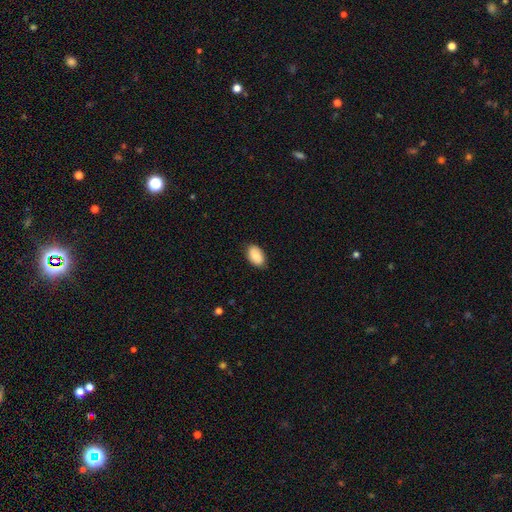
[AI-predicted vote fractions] This is clearly a smooth galaxy (84%). How rounded: clearly in between (93%). Merging: clearly none (84%).